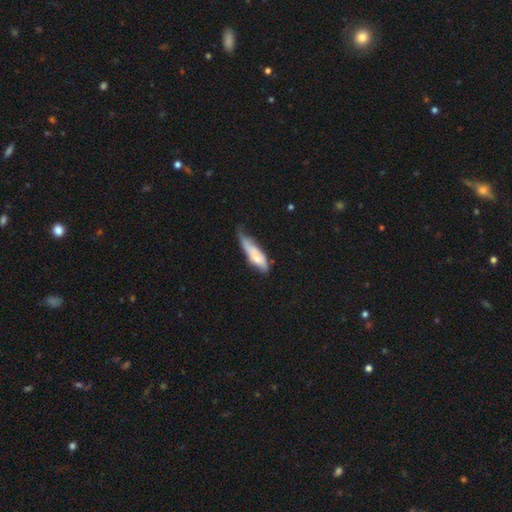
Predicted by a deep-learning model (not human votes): Smooth or featured?
  - smooth: 68% *
  - featured or disk: 26%
  - star or artifact: 6%
How rounded?
  - cigar-shaped: 59% *
  - in between: 40%
  - round: 2%
Merging?
  - minor disturbance: 44% *
  - none: 30%
  - major disturbance: 22%
  - merger: 5%